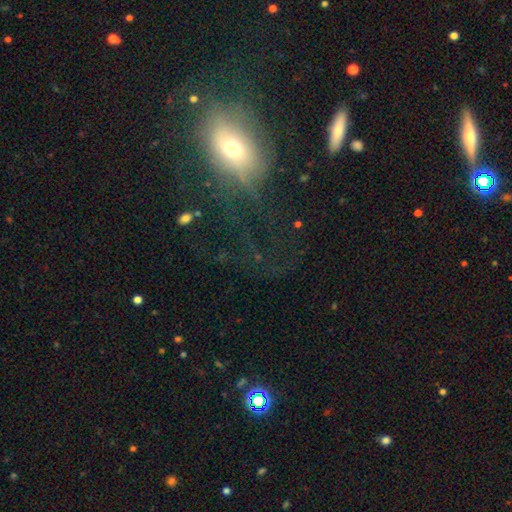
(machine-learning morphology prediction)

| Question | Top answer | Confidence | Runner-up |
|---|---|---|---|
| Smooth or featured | smooth | 43% | featured or disk (29%) |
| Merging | none | 49% | major disturbance (30%) |